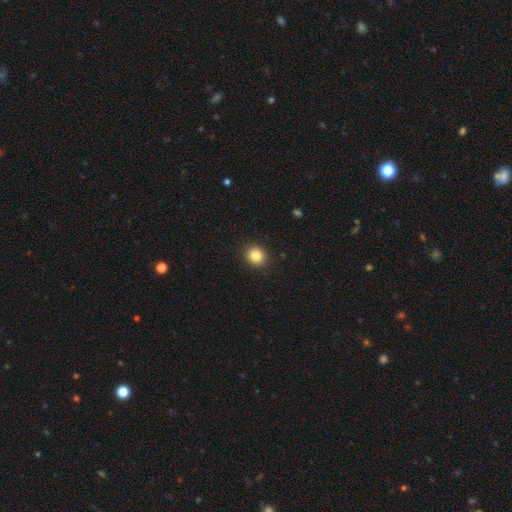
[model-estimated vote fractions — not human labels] Smooth or featured? smooth (84%)
How rounded? round (82%)
Merging? none (91%)